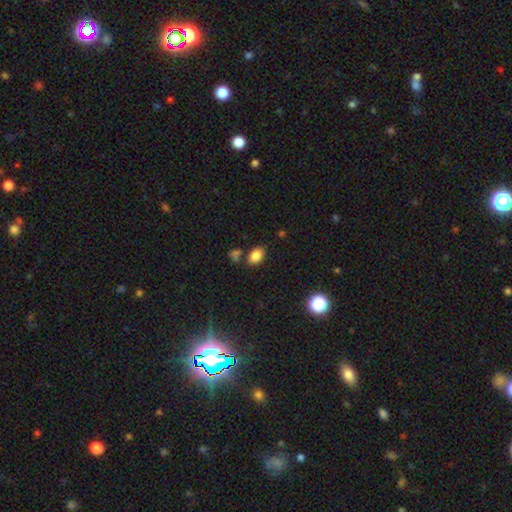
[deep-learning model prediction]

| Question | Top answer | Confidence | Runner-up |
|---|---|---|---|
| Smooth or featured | smooth | 84% | star or artifact (11%) |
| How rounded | in between | 86% | round (13%) |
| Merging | none | 75% | minor disturbance (12%) |